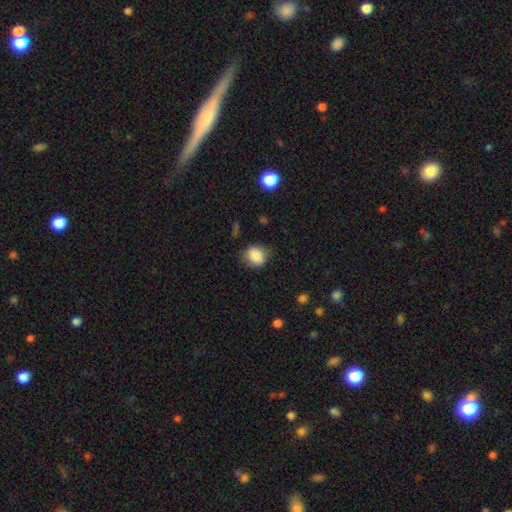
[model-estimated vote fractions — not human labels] smooth-or-featured: smooth: 84% | star or artifact: 9% | featured or disk: 7%
  how-rounded: round: 55% | in between: 44% | cigar-shaped: 1%
  merging: none: 71% | minor disturbance: 22% | major disturbance: 6% | merger: 2%